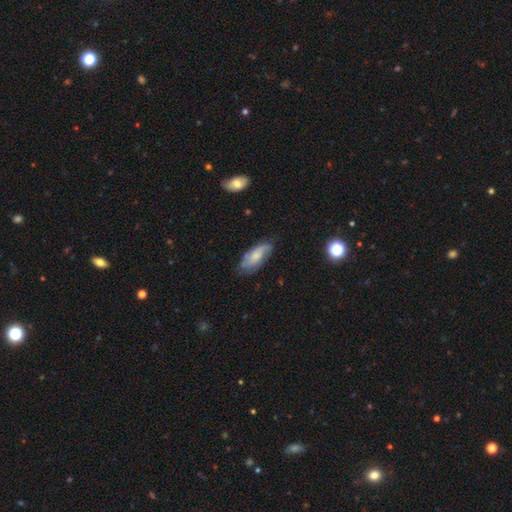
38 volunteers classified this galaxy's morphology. Smooth or featured? 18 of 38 (47%, tied with featured or disk) said smooth. How rounded? 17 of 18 (94%) said in between. Merging? 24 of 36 (67%) said none.